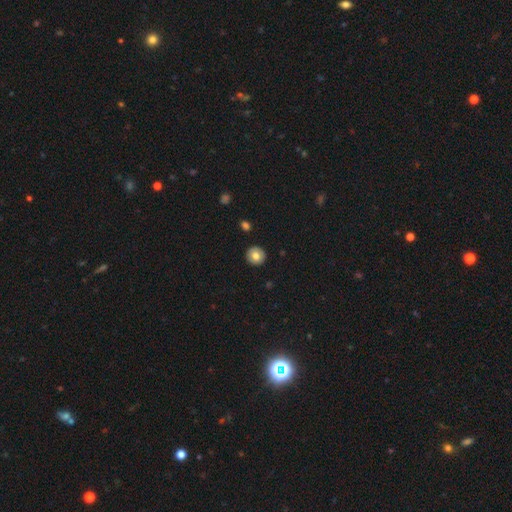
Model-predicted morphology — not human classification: Q: Smooth or featured?
A: smooth (80%); runner-up: featured or disk (11%)
Q: How rounded?
A: round (93%); runner-up: in between (6%)
Q: Merging?
A: none (92%); runner-up: minor disturbance (5%)